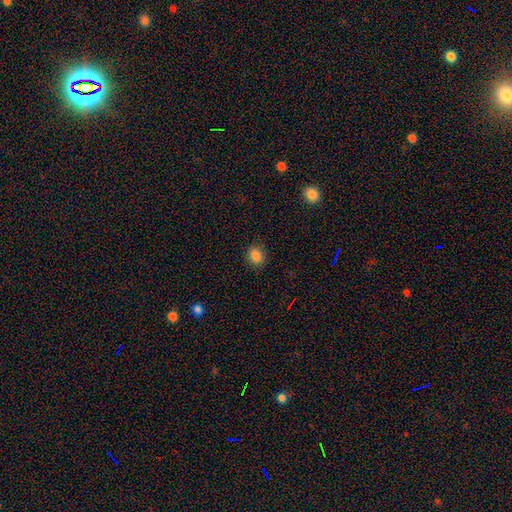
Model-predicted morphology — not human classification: Smooth or featured: smooth — 84% (star or artifact — 11%)
How rounded: round — 59% (in between — 40%)
Merging: none — 87% (minor disturbance — 9%)